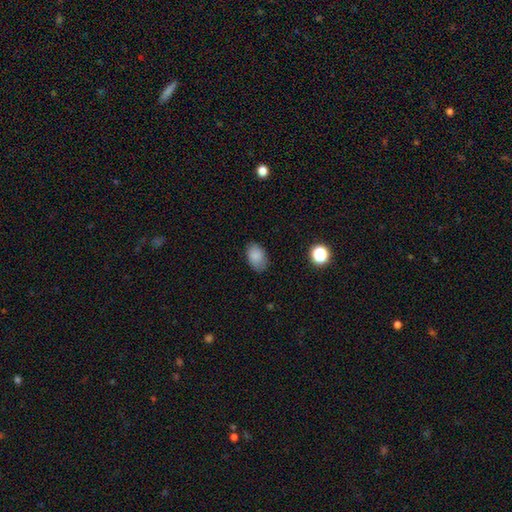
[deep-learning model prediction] Q: Smooth or featured?
A: smooth (86%); runner-up: star or artifact (9%)
Q: How rounded?
A: in between (88%); runner-up: round (11%)
Q: Merging?
A: none (80%); runner-up: minor disturbance (15%)